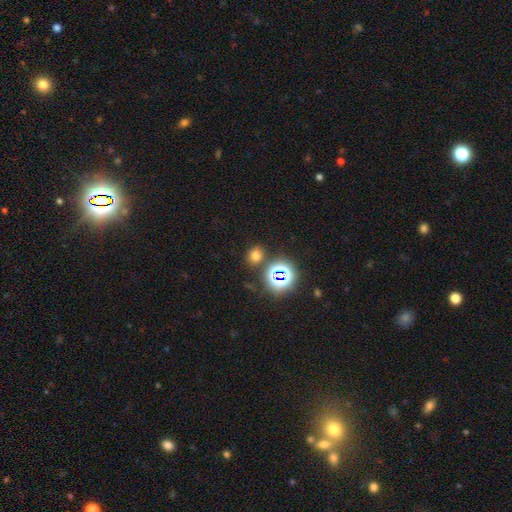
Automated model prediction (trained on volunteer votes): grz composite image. It shows a smooth galaxy with no disk features (66%) that is round (67%). Merging: none (80%).